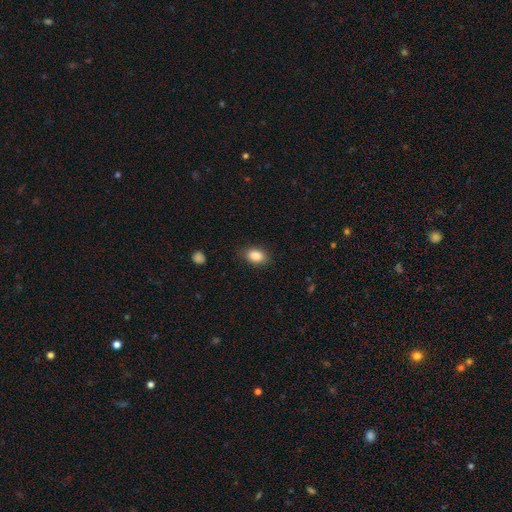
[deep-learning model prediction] Smooth or featured?
  - smooth: 88% *
  - star or artifact: 8%
  - featured or disk: 4%
How rounded?
  - in between: 84% *
  - round: 15%
  - cigar-shaped: 2%
Merging?
  - none: 83% *
  - minor disturbance: 13%
  - major disturbance: 3%
  - merger: 1%